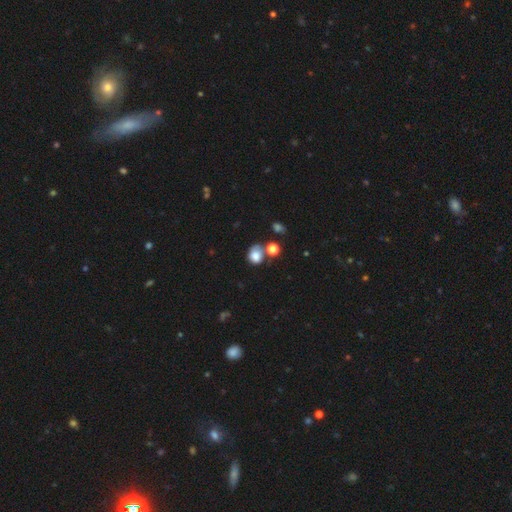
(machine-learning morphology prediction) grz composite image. It shows a smooth galaxy with no disk features (78%) that is round (62%). Merging: none (44%).